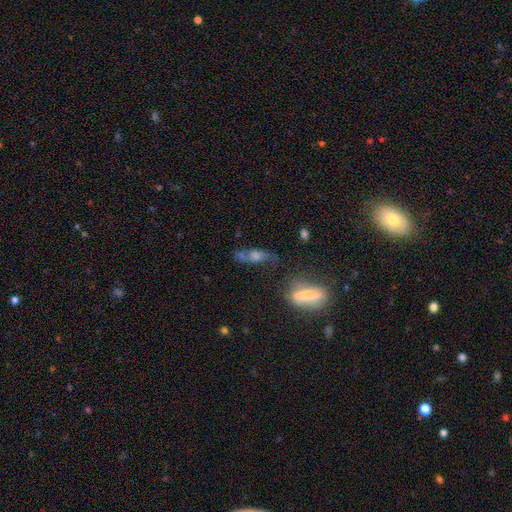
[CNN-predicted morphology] Smooth or featured? featured or disk (54%)
Edge-on disk? no (68%)
Merging? none (55%)